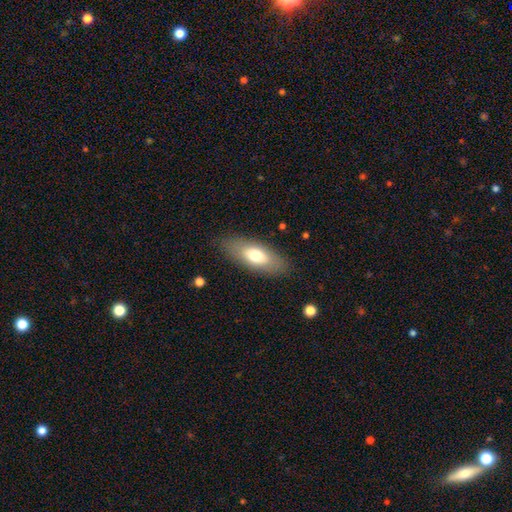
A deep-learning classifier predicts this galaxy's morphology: type=smooth (67%); roundness=in between (79%); merging=none (84%).